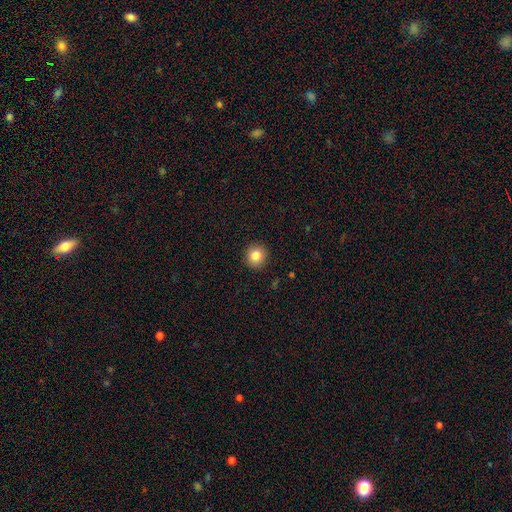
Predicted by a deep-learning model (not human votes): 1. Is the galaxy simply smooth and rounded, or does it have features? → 83% smooth, 10% star or artifact, 6% featured or disk.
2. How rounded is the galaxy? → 94% round, 5% in between, 1% cigar-shaped.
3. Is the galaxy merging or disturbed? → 93% none, 5% minor disturbance, 2% major disturbance, 1% merger.